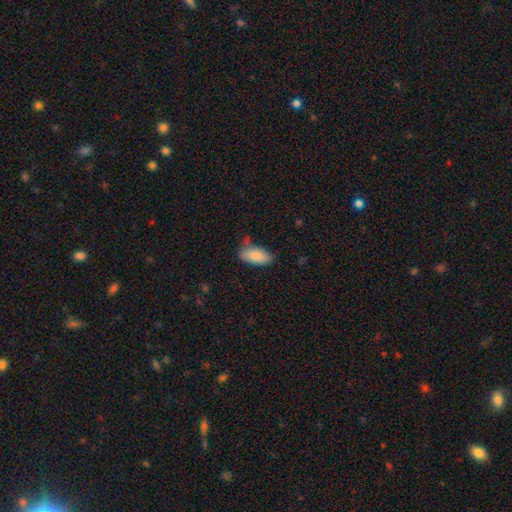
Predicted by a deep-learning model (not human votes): Overall: smooth (84%). How rounded: in between (91%). Merging: none (54%; minor disturbance 33%).